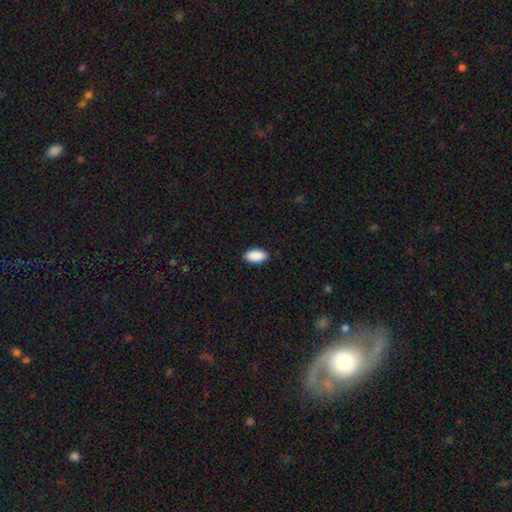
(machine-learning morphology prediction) A smooth galaxy with no disk features (91%) that is in between round and cigar-shaped (95%).

Vote fractions:
- Smooth or featured? smooth: 91% / star or artifact: 6% / featured or disk: 3%
- How rounded? in between: 95% / round: 3% / cigar-shaped: 2%
- Merging? none: 89% / minor disturbance: 8% / major disturbance: 2% / merger: 1%